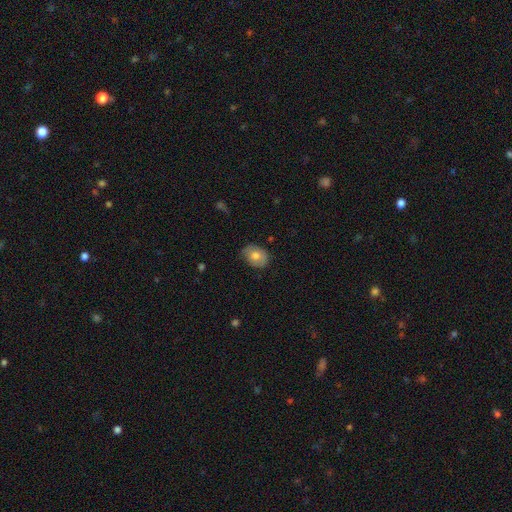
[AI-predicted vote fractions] smooth_or_featured: smooth (p=0.72) [alt: featured or disk p=0.20]
how_rounded: in between (p=0.63) [alt: round p=0.36]
merging: none (p=0.75) [alt: minor disturbance p=0.21]